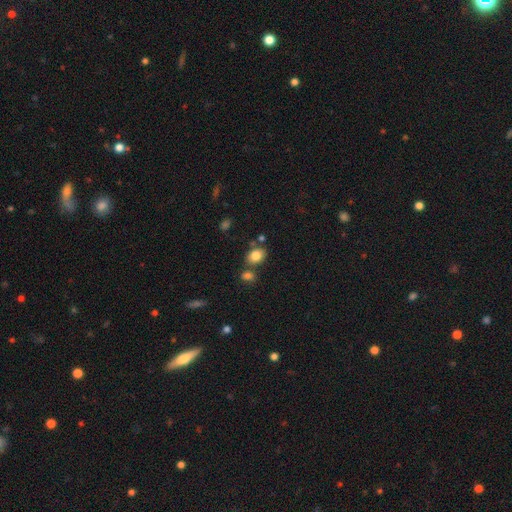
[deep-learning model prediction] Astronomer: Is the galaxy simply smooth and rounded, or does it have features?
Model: smooth — 82%.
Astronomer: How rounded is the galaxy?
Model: in between — 65%.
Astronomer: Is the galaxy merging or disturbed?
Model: none — 68%.